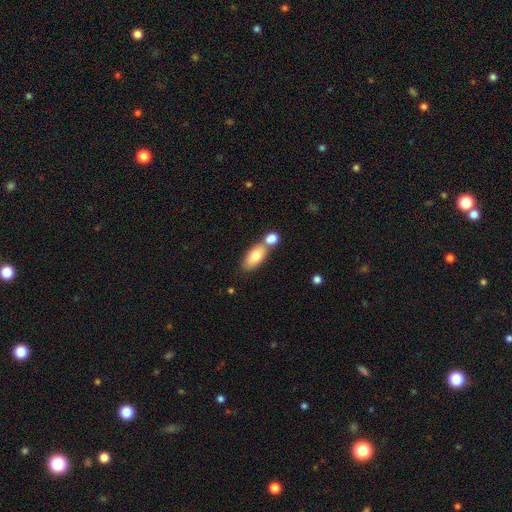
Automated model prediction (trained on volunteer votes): A smooth galaxy with no disk features (75%) that is in between round and cigar-shaped (86%).

Vote fractions:
- Smooth or featured? smooth: 75% / featured or disk: 18% / star or artifact: 7%
- How rounded? in between: 86% / cigar-shaped: 10% / round: 5%
- Merging? none: 47% / merger: 40% / minor disturbance: 11% / major disturbance: 3%